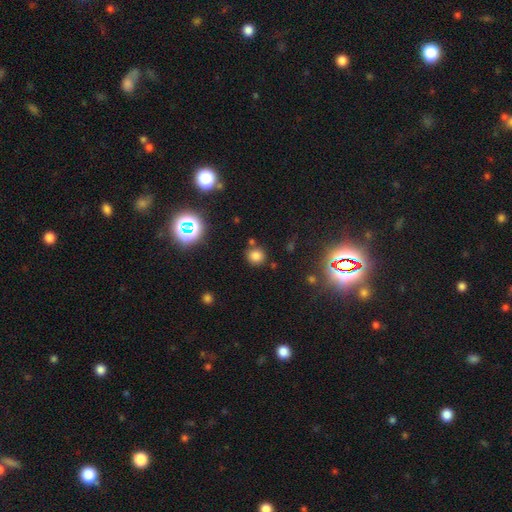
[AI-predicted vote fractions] smooth_or_featured: smooth (p=0.75) [alt: star or artifact p=0.19]
how_rounded: round (p=0.88) [alt: in between p=0.11]
merging: none (p=0.81) [alt: minor disturbance p=0.09]